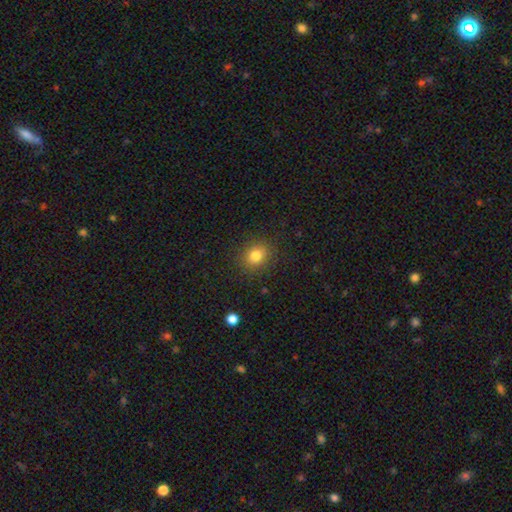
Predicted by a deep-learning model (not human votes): Q: Smooth or featured?
A: smooth (81%); runner-up: star or artifact (13%)
Q: How rounded?
A: round (72%); runner-up: in between (27%)
Q: Merging?
A: none (86%); runner-up: minor disturbance (9%)